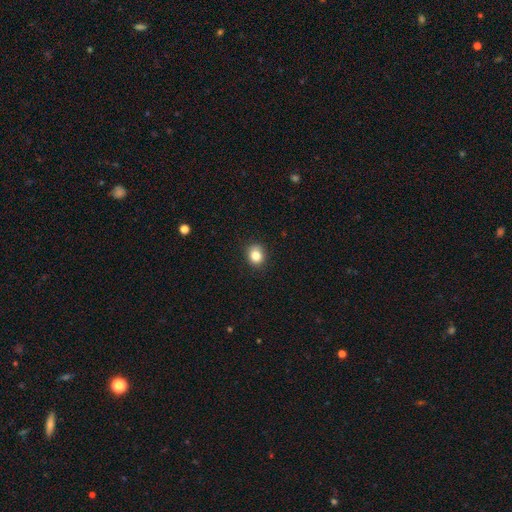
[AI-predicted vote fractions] Smooth or featured? Predicted: smooth (p=0.83). How rounded? Predicted: round (p=0.77). Merging? Predicted: none (p=0.88).